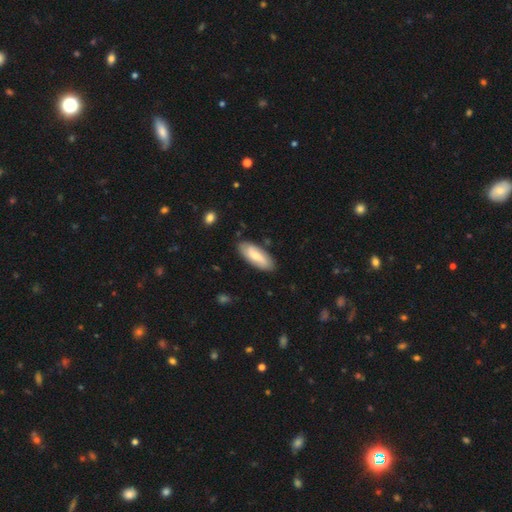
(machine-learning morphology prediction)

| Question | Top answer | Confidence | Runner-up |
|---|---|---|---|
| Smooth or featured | smooth | 65% | featured or disk (30%) |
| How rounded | in between | 75% | cigar-shaped (23%) |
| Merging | none | 84% | minor disturbance (12%) |